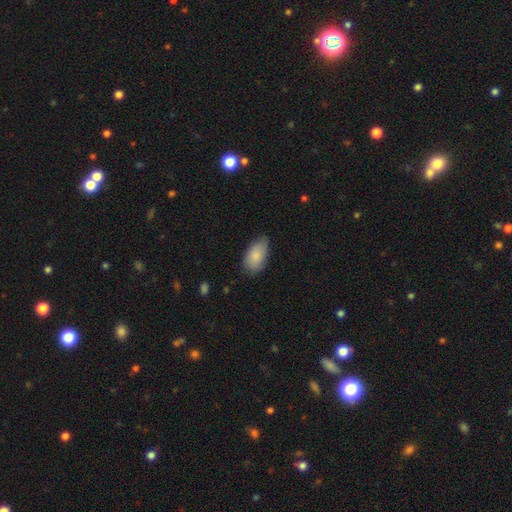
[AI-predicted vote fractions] A smooth galaxy with no disk features (85%) that is in between round and cigar-shaped (94%).

Vote fractions:
- Smooth or featured? smooth: 85% / featured or disk: 9% / star or artifact: 6%
- How rounded? in between: 94% / round: 4% / cigar-shaped: 3%
- Merging? none: 70% / minor disturbance: 25% / major disturbance: 4% / merger: 1%